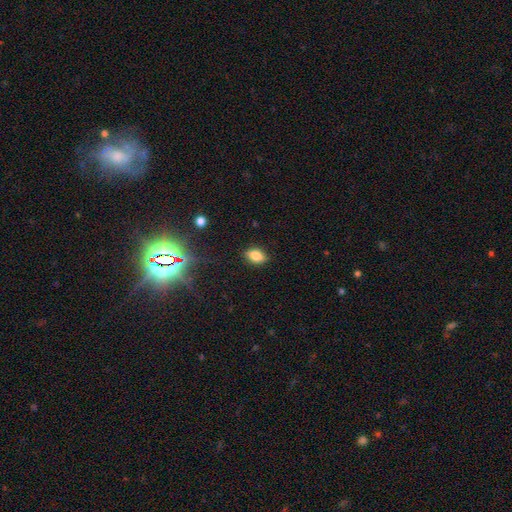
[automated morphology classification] Overall: smooth (78%). How rounded: in between (83%). Merging: none (84%).